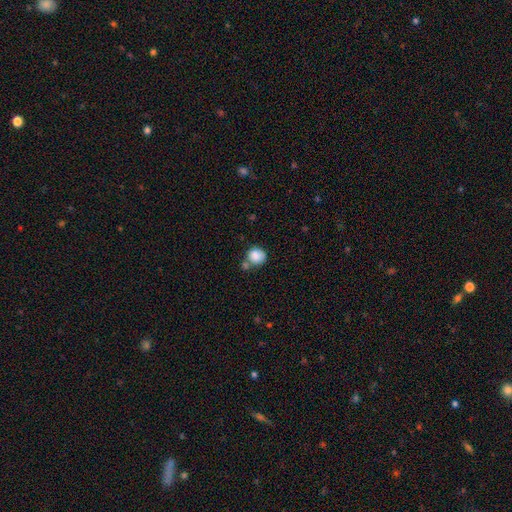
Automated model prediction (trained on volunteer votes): Smooth or featured: smooth — 85% (star or artifact — 8%)
How rounded: round — 81% (in between — 18%)
Merging: none — 52% (merger — 23%)